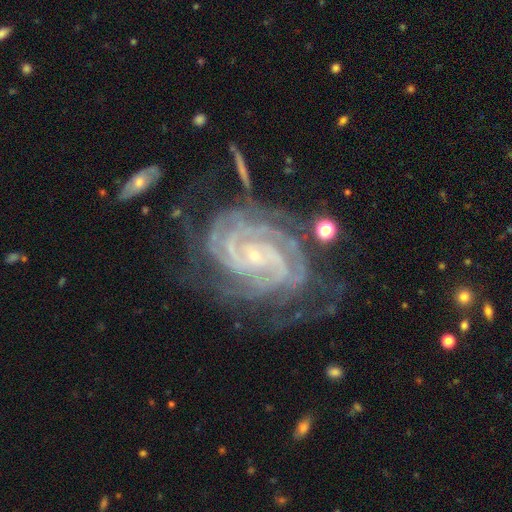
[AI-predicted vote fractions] Q: Smooth or featured?
A: featured or disk (92%); runner-up: star or artifact (5%)
Q: Edge-on disk?
A: no (98%); runner-up: yes (2%)
Q: Bar?
A: no (58%); runner-up: weak (27%)
Q: Spiral arms?
A: yes (99%); runner-up: no (1%)
Q: Spiral winding?
A: tight (82%); runner-up: medium (16%)
Q: Spiral arm count?
A: 4 (24%); tied with: 2 (24%)
Q: Bulge size?
A: small (85%); runner-up: moderate (11%)
Q: Merging?
A: none (60%); runner-up: minor disturbance (22%)